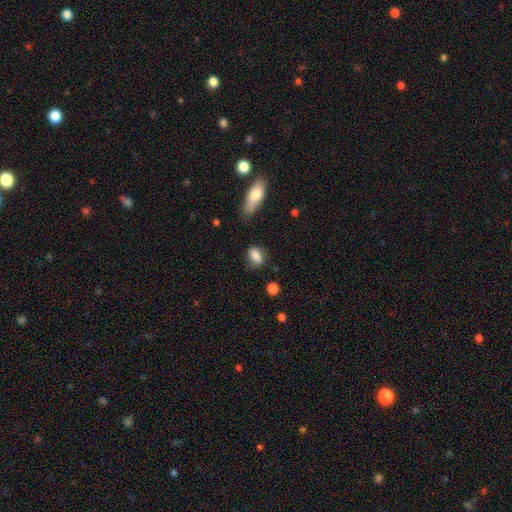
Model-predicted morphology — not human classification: Smooth or featured: smooth — 83% (featured or disk — 9%)
How rounded: in between — 79% (round — 17%)
Merging: none — 67% (minor disturbance — 23%)